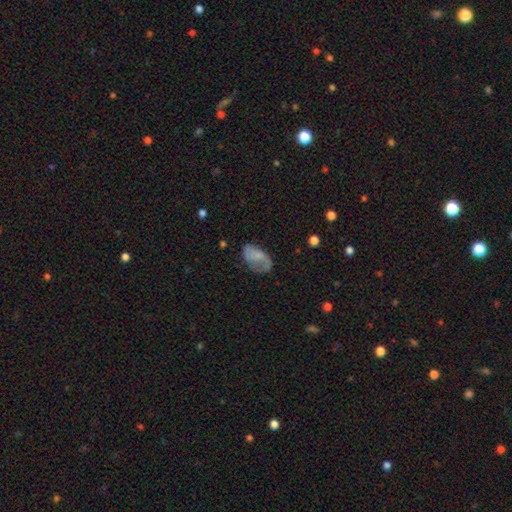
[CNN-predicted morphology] A smooth galaxy with no disk features (53%) that is in between round and cigar-shaped (91%).

Vote fractions:
- Smooth or featured? smooth: 53% / featured or disk: 39% / star or artifact: 9%
- How rounded? in between: 91% / round: 7% / cigar-shaped: 2%
- Merging? none: 46% / minor disturbance: 30% / major disturbance: 22% / merger: 2%